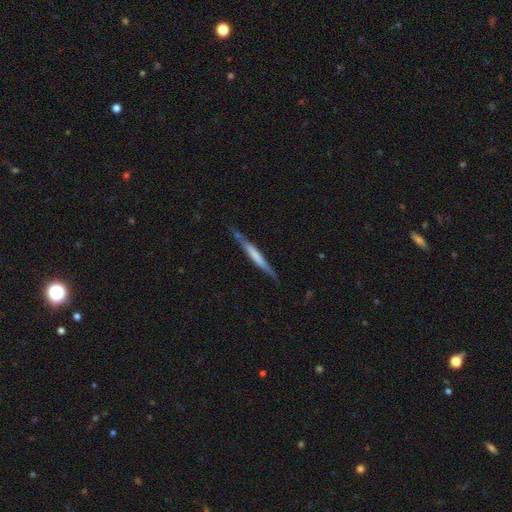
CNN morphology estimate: type=featured or disk (51%); edge-on=yes (94%); merging=none (77%).